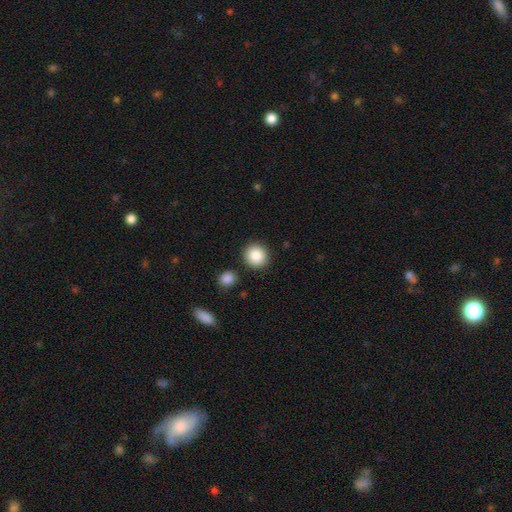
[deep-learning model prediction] Smooth or featured: smooth — 87% (star or artifact — 8%)
How rounded: round — 90% (in between — 9%)
Merging: none — 87% (minor disturbance — 7%)